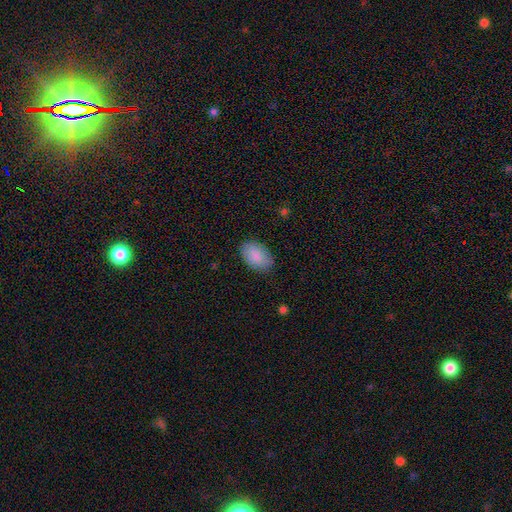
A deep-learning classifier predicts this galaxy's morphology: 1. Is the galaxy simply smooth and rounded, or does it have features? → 87% smooth, 7% featured or disk, 6% star or artifact.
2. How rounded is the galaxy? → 93% in between, 6% round, 1% cigar-shaped.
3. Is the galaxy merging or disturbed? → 85% none, 12% minor disturbance, 3% major disturbance, 1% merger.